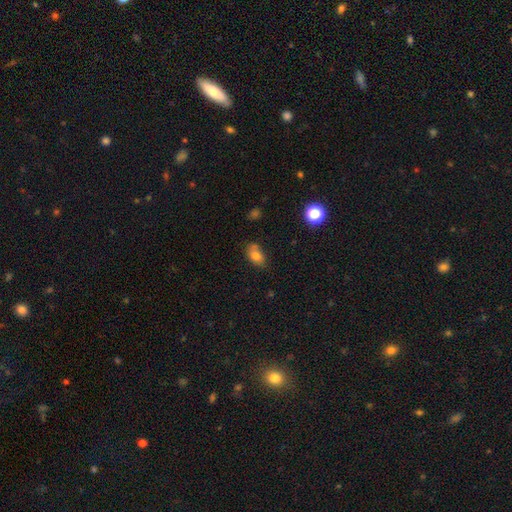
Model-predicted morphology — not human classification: Overall: smooth (78%). How rounded: in between (85%). Merging: none (60%; minor disturbance 25%).